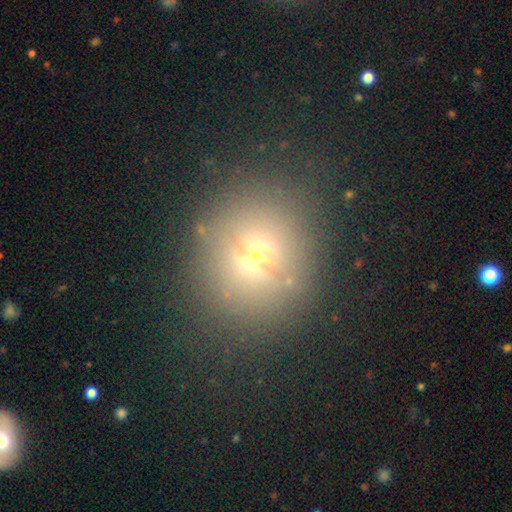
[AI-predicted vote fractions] Smooth or featured? smooth (54%)
How rounded? round (82%)
Merging? none (79%)